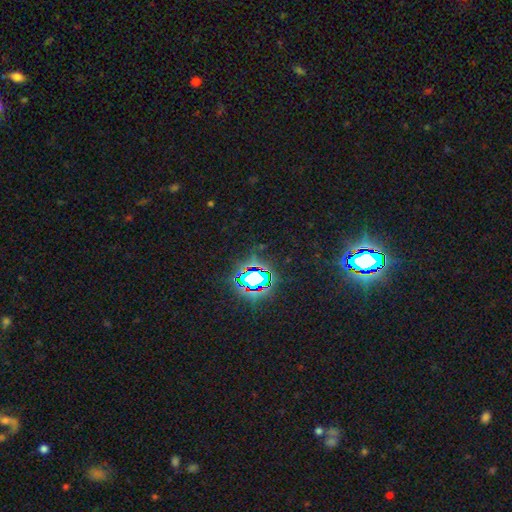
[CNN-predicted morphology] type=star or artifact (81%).